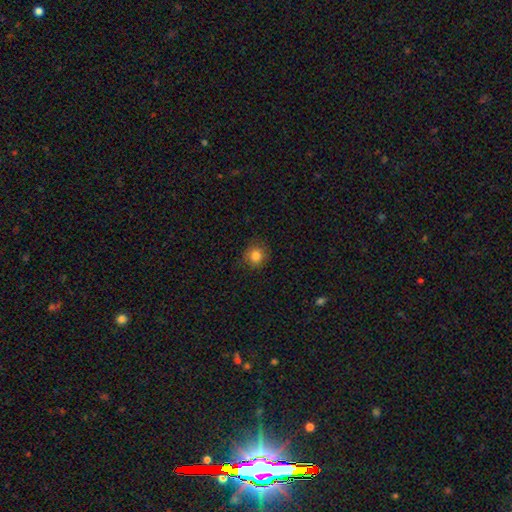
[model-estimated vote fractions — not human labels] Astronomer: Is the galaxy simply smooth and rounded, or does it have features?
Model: smooth — 83%.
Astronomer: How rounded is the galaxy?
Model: round — 87%.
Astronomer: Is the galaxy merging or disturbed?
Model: none — 85%.